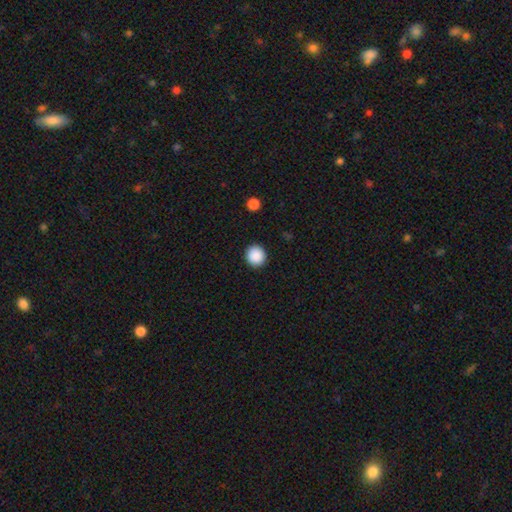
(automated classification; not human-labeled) This is clearly a smooth galaxy (89%). How rounded: clearly round (93%). Merging: clearly none (92%).